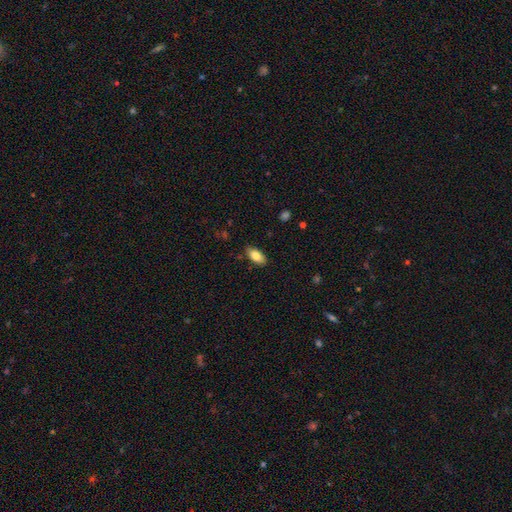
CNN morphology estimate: smooth_or_featured: smooth (p=0.82) [alt: featured or disk p=0.11]
how_rounded: in between (p=0.90) [alt: cigar-shaped p=0.07]
merging: none (p=0.85) [alt: minor disturbance p=0.12]